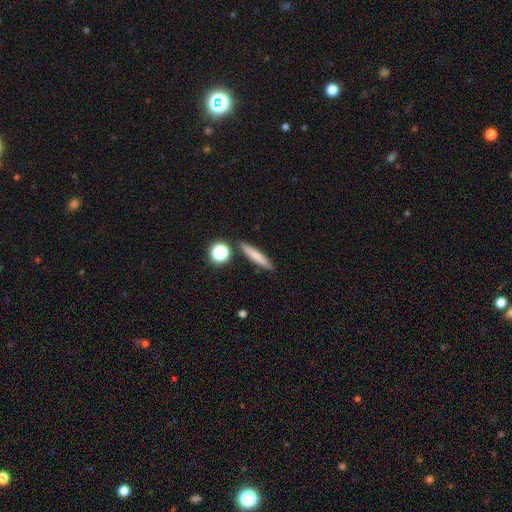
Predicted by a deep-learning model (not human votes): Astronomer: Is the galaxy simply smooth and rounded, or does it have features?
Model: smooth — 75%.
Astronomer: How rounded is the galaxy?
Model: cigar-shaped — 87%.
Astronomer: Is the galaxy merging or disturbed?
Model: none — 86%.